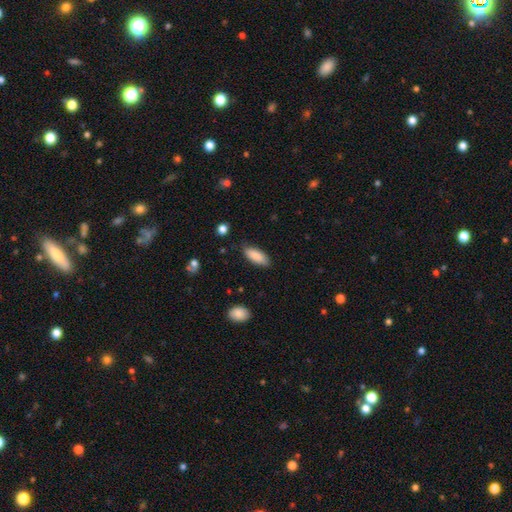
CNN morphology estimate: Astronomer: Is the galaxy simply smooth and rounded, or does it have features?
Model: smooth — 88%.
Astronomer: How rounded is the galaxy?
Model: in between — 76%.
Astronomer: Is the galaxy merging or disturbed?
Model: none — 82%.